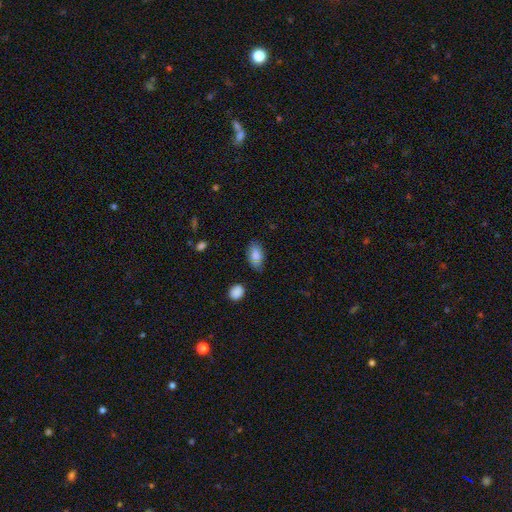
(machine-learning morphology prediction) The model was most divided on "merging": none: 73%, minor disturbance: 20%, major disturbance: 5%, merger: 2%. More confident: how rounded — in between (91%); smooth or featured — smooth (82%).